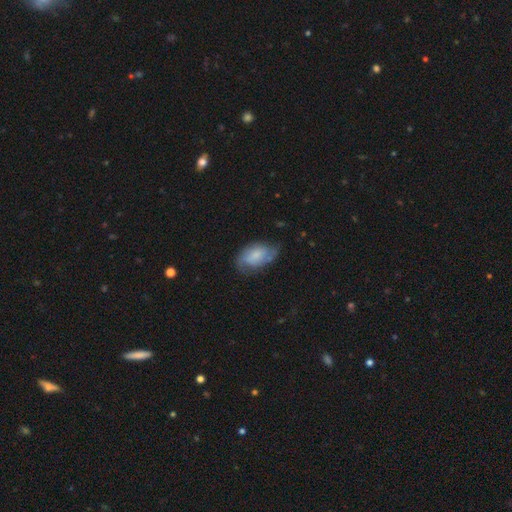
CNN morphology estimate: smooth-or-featured: smooth: 49% | featured or disk: 44% | star or artifact: 7%
  merging: none: 57% | minor disturbance: 30% | major disturbance: 12% | merger: 2%